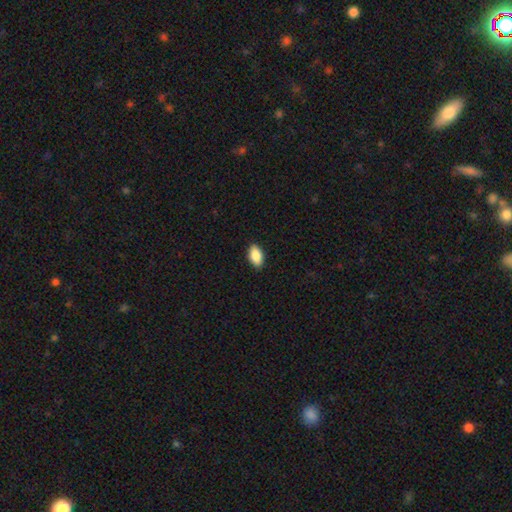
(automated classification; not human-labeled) smooth-or-featured: smooth: 89% | star or artifact: 7% | featured or disk: 4%
  how-rounded: in between: 93% | round: 4% | cigar-shaped: 2%
  merging: none: 90% | minor disturbance: 8% | major disturbance: 2% | merger: 1%